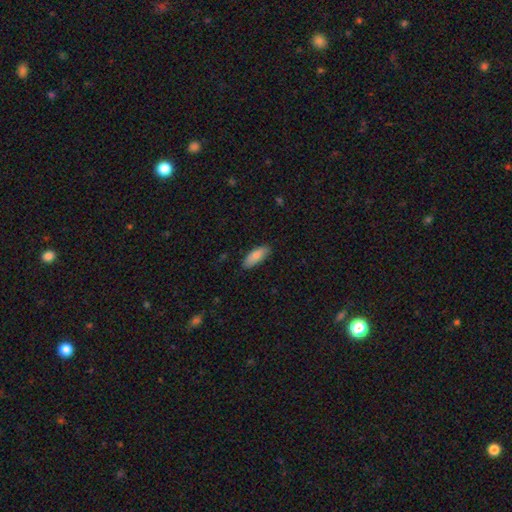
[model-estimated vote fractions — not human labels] Smooth or featured? Predicted: smooth (p=0.86). How rounded? Predicted: in between (p=0.72). Merging? Predicted: none (p=0.85).